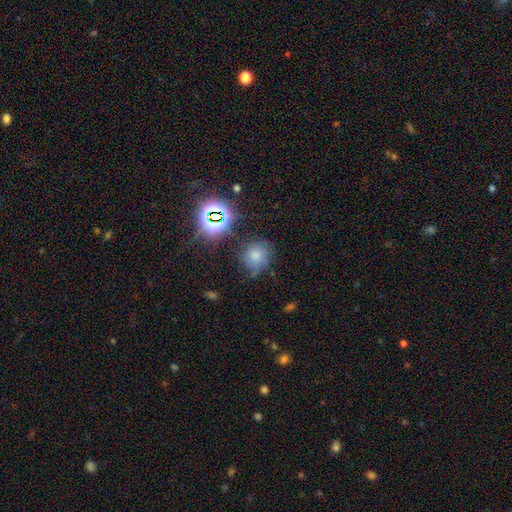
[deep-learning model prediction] Smooth or featured?
  - smooth: 66% *
  - star or artifact: 22%
  - featured or disk: 12%
How rounded?
  - round: 83% *
  - in between: 16%
  - cigar-shaped: 1%
Merging?
  - none: 64% *
  - minor disturbance: 23%
  - major disturbance: 8%
  - merger: 5%